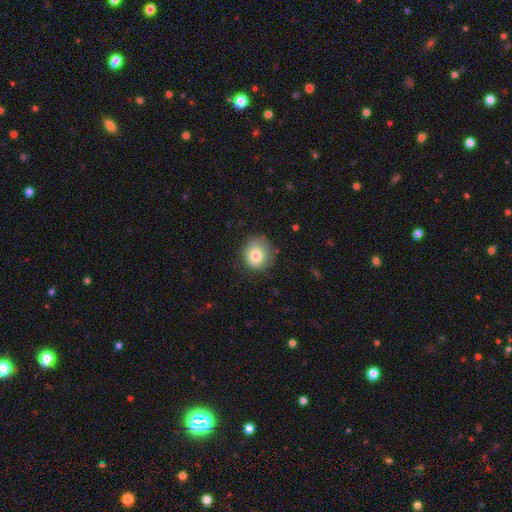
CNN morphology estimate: smooth_or_featured: smooth (p=0.79) [alt: featured or disk p=0.13]
how_rounded: round (p=0.82) [alt: in between p=0.17]
merging: none (p=0.74) [alt: minor disturbance p=0.19]